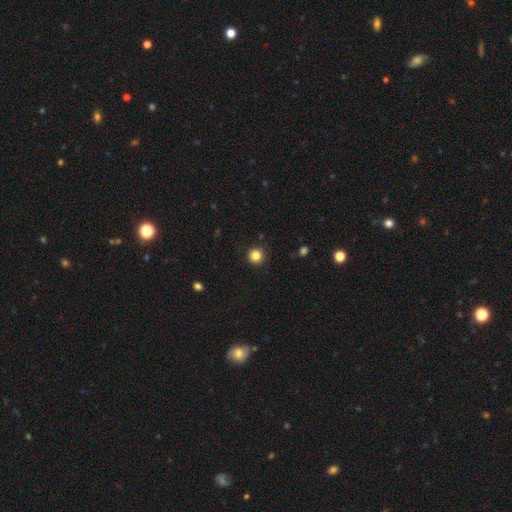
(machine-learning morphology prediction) This appears to be a smooth galaxy with no disk features (83%) that is round (95%). Merging: none (92%).